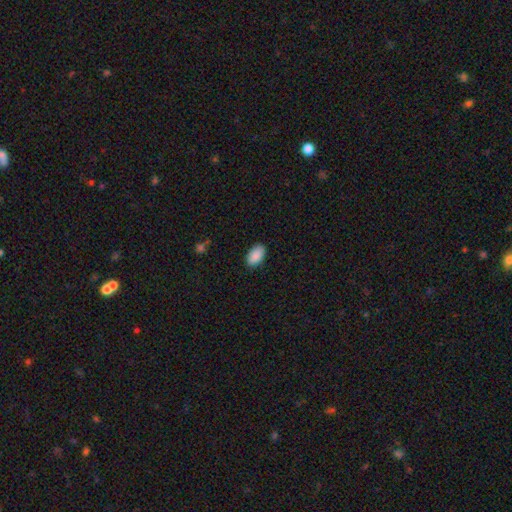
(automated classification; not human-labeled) Smooth or featured: smooth — 90% (star or artifact — 6%)
How rounded: in between — 95% (round — 4%)
Merging: none — 88% (minor disturbance — 9%)